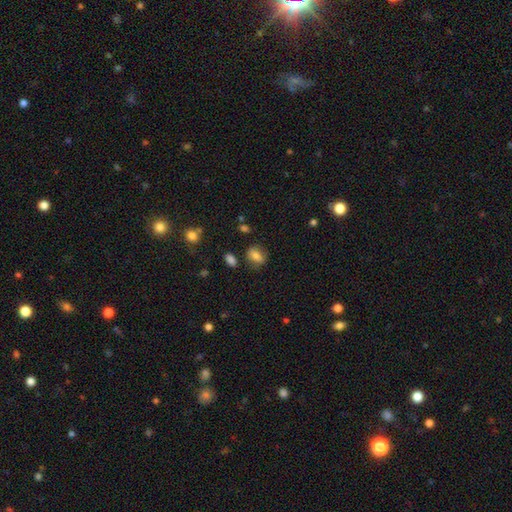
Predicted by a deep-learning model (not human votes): Q: Smooth or featured?
A: smooth (72%); runner-up: featured or disk (17%)
Q: How rounded?
A: in between (61%); runner-up: round (36%)
Q: Merging?
A: none (77%); runner-up: minor disturbance (15%)